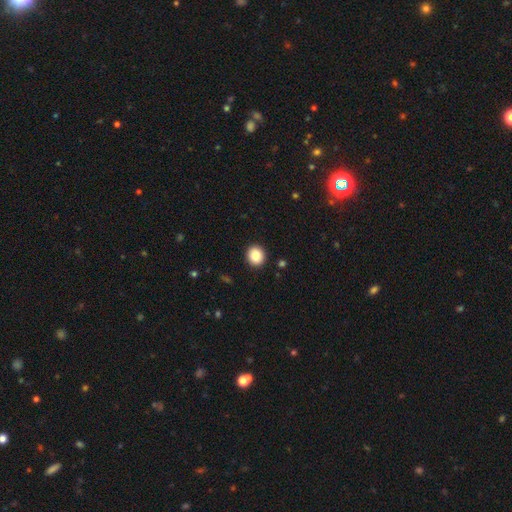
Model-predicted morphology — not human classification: The model was most divided on "how rounded": round: 83%, in between: 16%, cigar-shaped: 1%. More confident: merging — none (91%); smooth or featured — smooth (88%).